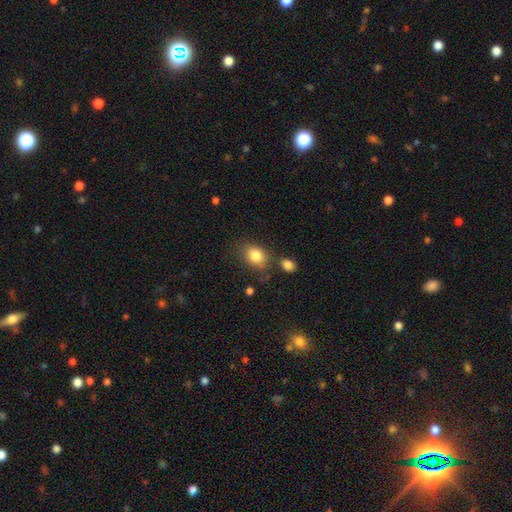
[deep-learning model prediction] smooth_or_featured: smooth (p=0.82) [alt: star or artifact p=0.09]
how_rounded: in between (p=0.66) [alt: round p=0.33]
merging: none (p=0.65) [alt: minor disturbance p=0.19]